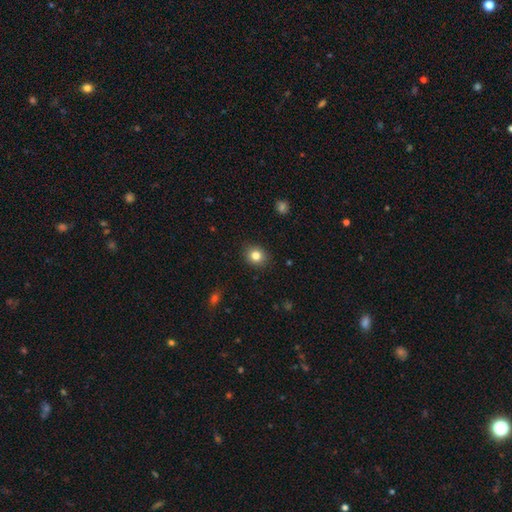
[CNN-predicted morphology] A smooth galaxy with no disk features (82%) that is round (72%). Merging: none (89%).